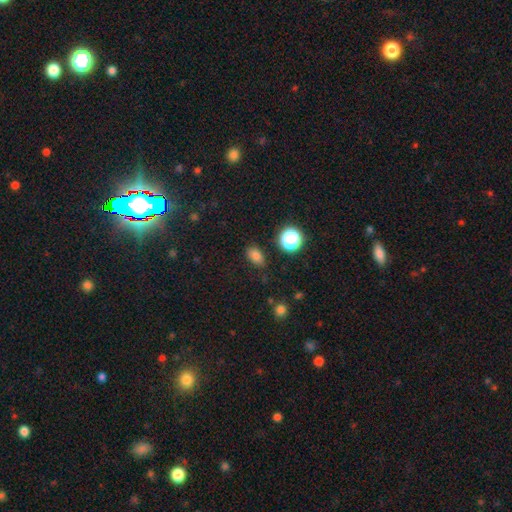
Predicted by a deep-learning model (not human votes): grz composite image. It shows a smooth galaxy with no disk features (79%) that is in between round and cigar-shaped (80%). Merging: none (82%).